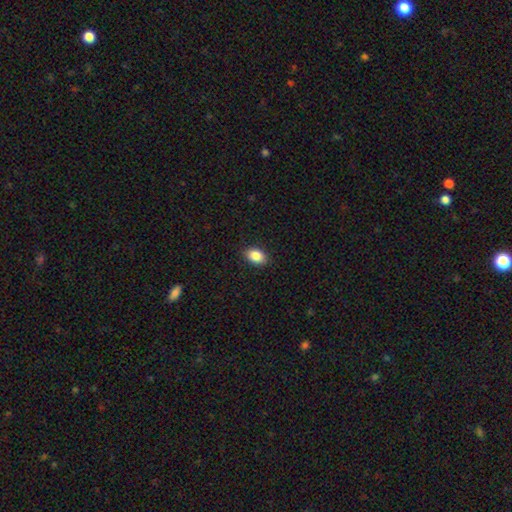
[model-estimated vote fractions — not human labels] Smooth or featured? smooth (87%)
How rounded? in between (84%)
Merging? none (88%)